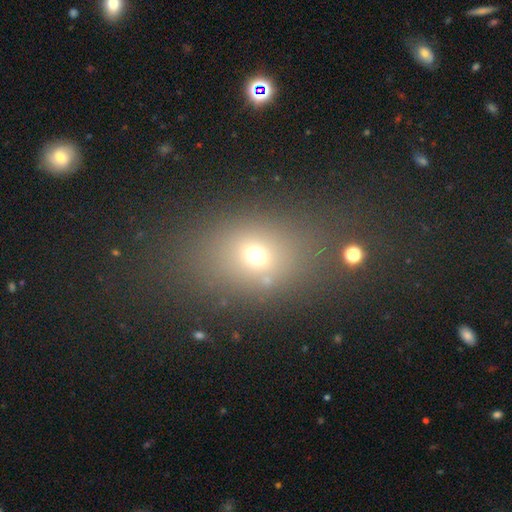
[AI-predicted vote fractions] The model was most divided on "how rounded": in between: 61%, round: 37%, cigar-shaped: 2%. More confident: merging — none (75%); smooth or featured — smooth (65%).